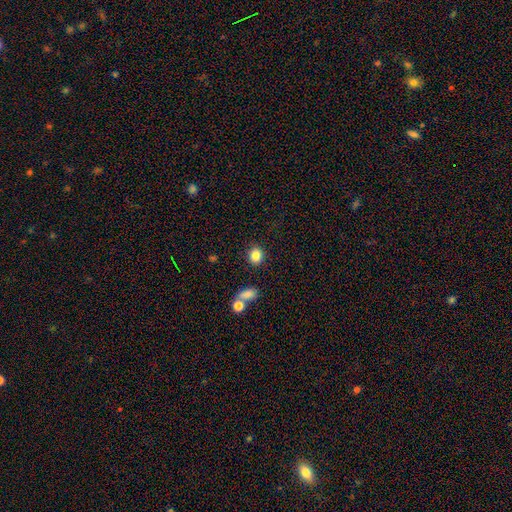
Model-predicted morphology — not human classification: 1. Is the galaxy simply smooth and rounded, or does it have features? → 84% smooth, 10% star or artifact, 6% featured or disk.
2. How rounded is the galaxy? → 74% round, 25% in between, 1% cigar-shaped.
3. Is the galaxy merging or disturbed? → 85% none, 8% minor disturbance, 4% merger, 3% major disturbance.